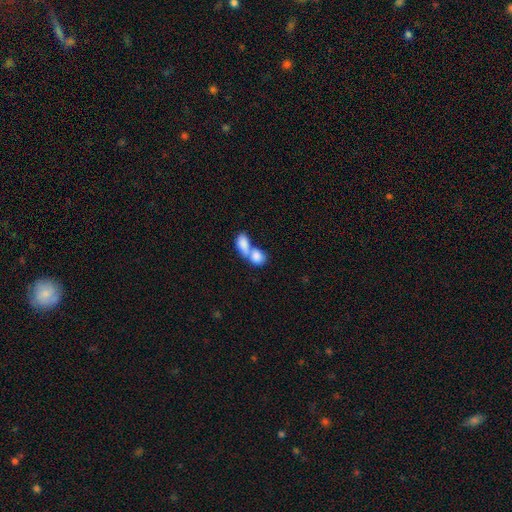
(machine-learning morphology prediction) A smooth galaxy with no disk features (81%) that is in between round and cigar-shaped (72%).

Vote fractions:
- Smooth or featured? smooth: 81% / featured or disk: 12% / star or artifact: 6%
- How rounded? in between: 72% / round: 24% / cigar-shaped: 3%
- Merging? merger: 75% / none: 16% / minor disturbance: 5% / major disturbance: 4%